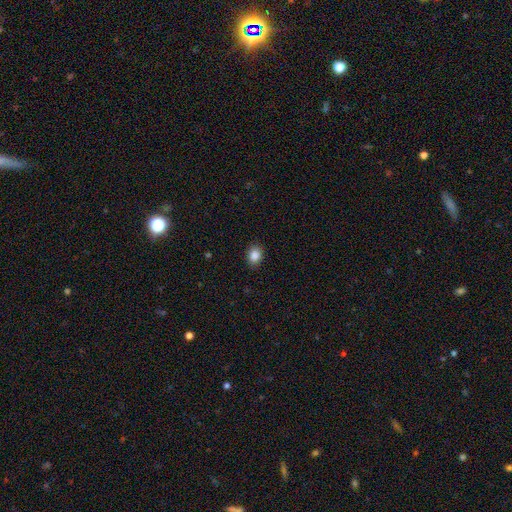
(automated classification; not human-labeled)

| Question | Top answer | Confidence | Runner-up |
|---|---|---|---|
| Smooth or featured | smooth | 87% | star or artifact (9%) |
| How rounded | in between | 56% | round (43%) |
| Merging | none | 88% | minor disturbance (9%) |